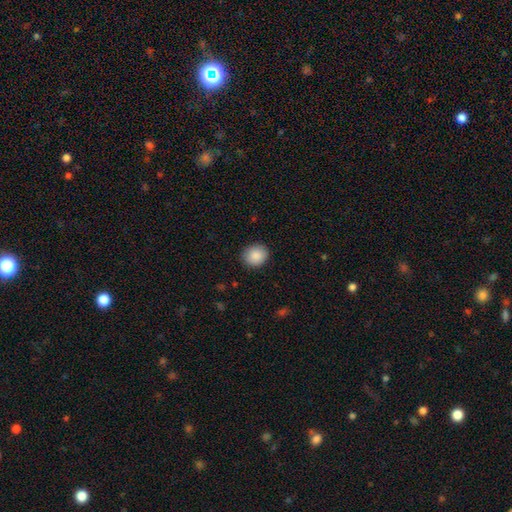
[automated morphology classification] Q: Smooth or featured?
A: smooth (89%); runner-up: star or artifact (7%)
Q: How rounded?
A: round (72%); runner-up: in between (27%)
Q: Merging?
A: none (89%); runner-up: minor disturbance (8%)